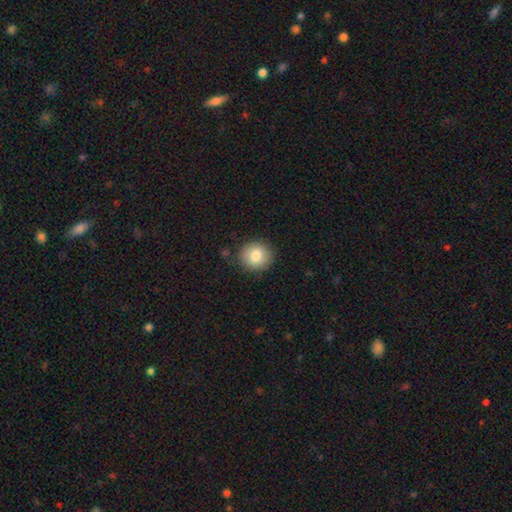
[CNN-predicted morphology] smooth_or_featured: smooth (p=0.81) [alt: featured or disk p=0.10]
how_rounded: round (p=0.85) [alt: in between p=0.14]
merging: none (p=0.88) [alt: minor disturbance p=0.09]